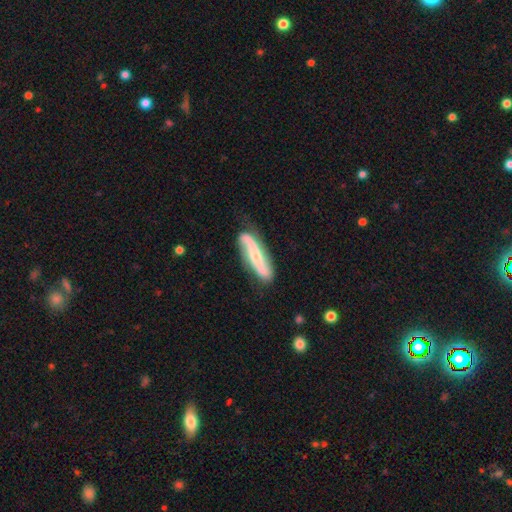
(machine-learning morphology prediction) Smooth or featured? featured or disk (74%)
Edge-on disk? no (76%)
Bar? no (41%)
Spiral arms? yes (92%)
Spiral winding? loose (66%)
Spiral arm count? 2 (89%)
Bulge size? small (60%)
Merging? none (74%)